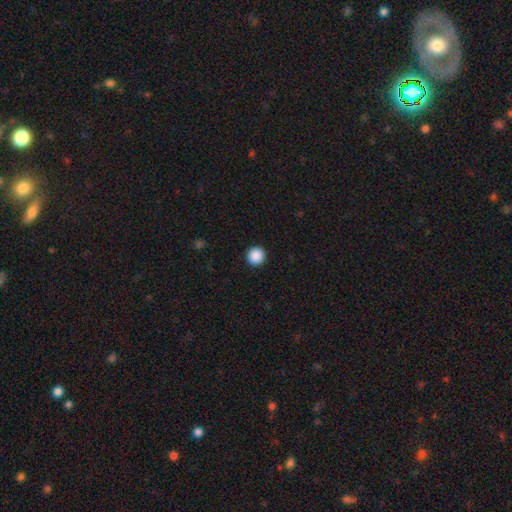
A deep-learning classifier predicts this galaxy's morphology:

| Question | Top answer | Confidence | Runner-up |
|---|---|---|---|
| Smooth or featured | smooth | 89% | star or artifact (9%) |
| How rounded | round | 96% | in between (3%) |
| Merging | none | 93% | minor disturbance (4%) |